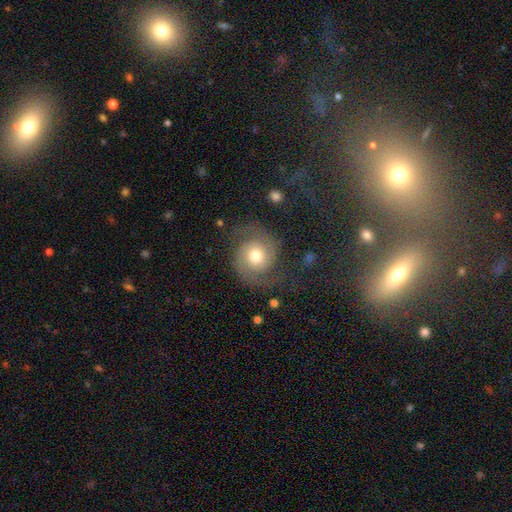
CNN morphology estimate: A featured or disk galaxy (78%) with no bar (73%), 2 (92%) medium (51%) spiral arms (95%) and a moderate central bulge (71%). Merging: none (72%).